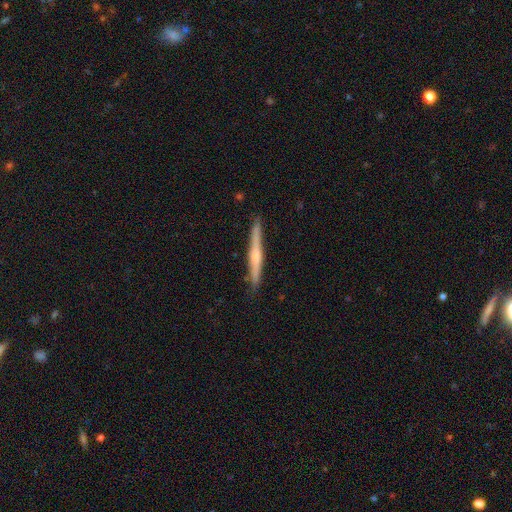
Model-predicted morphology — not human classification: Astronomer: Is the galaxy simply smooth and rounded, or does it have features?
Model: featured or disk — 62%.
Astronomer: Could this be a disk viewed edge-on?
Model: yes — 98%.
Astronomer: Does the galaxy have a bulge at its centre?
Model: rounded — 59%.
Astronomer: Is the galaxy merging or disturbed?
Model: none — 89%.